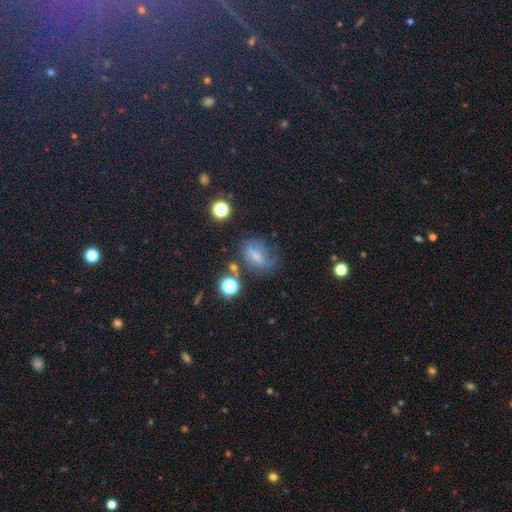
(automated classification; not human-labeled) The model was most divided on "smooth or featured": smooth: 43%, featured or disk: 38%, star or artifact: 19%. Remaining: merging — none (47%).